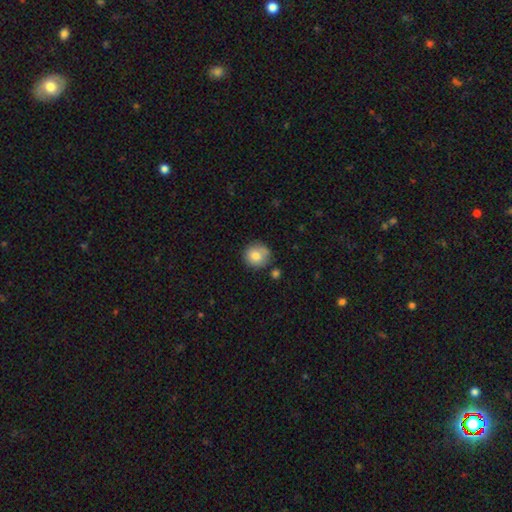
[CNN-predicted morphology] type=smooth (81%); roundness=round (91%); merging=none (75%).